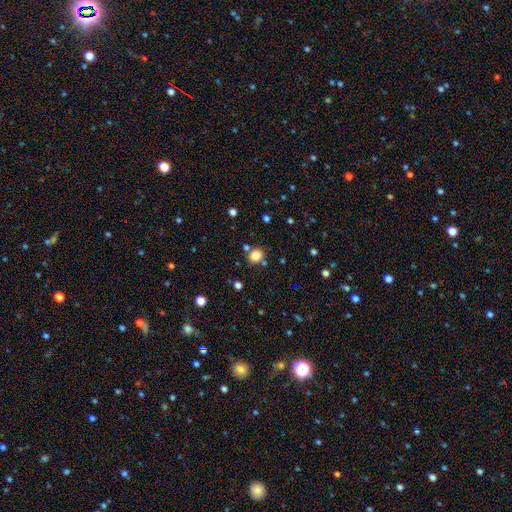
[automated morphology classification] Q: Smooth or featured?
A: smooth (82%); runner-up: star or artifact (13%)
Q: How rounded?
A: round (72%); runner-up: in between (27%)
Q: Merging?
A: none (76%); runner-up: minor disturbance (11%)